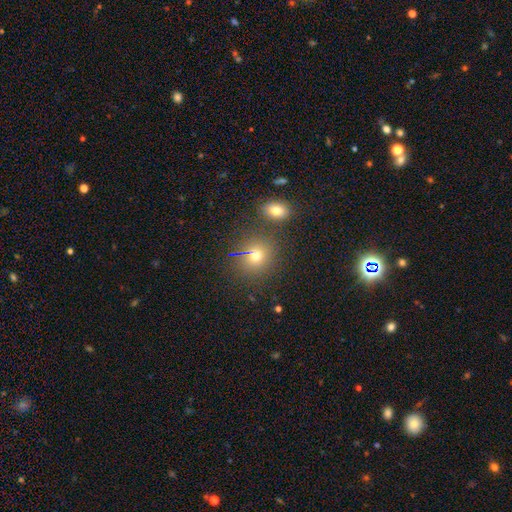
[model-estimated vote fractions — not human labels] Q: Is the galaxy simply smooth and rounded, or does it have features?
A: smooth — 66%.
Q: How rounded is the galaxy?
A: round — 82%.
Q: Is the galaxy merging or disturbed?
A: none — 76%.